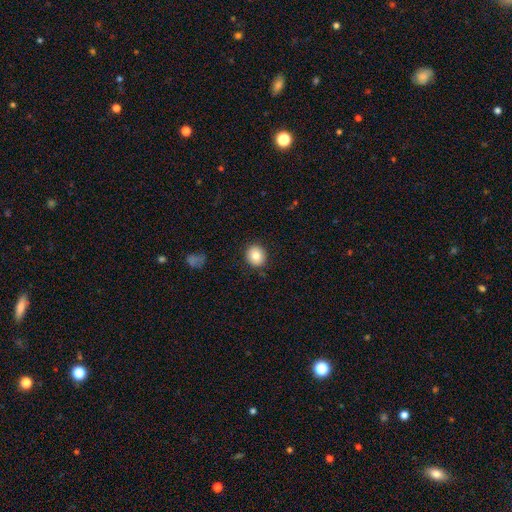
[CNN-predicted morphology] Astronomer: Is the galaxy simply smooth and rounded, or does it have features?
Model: smooth — 82%.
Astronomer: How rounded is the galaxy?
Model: round — 86%.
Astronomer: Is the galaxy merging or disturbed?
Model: none — 89%.